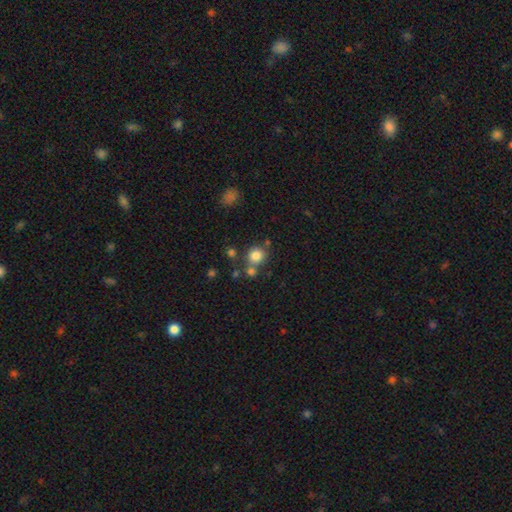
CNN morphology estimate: This is likely a smooth galaxy (80%). How rounded: clearly round (84%). Merging: likely none (61%).